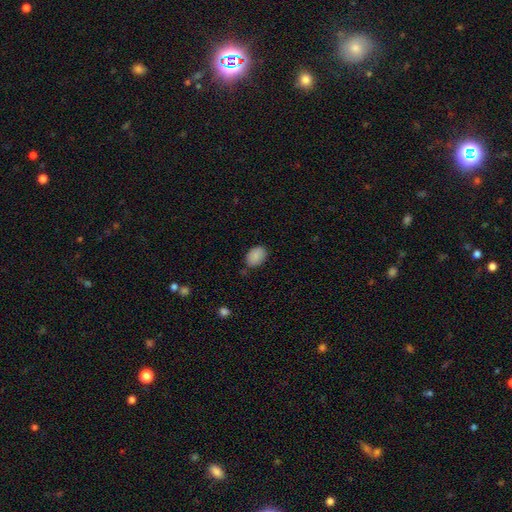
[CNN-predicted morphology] Smooth or featured: smooth — 88% (star or artifact — 8%)
How rounded: in between — 76% (round — 23%)
Merging: none — 75% (minor disturbance — 19%)